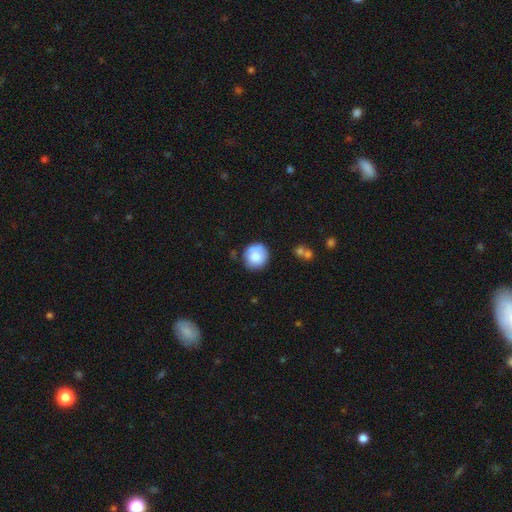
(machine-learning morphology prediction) Overall: smooth (80%). How rounded: round (88%). Merging: none (74%).